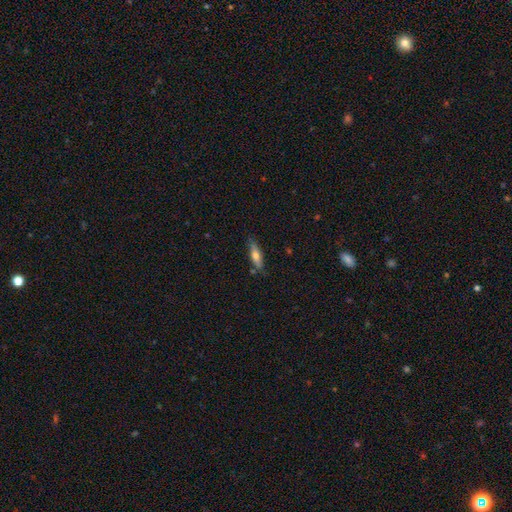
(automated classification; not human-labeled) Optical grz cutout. It shows a smooth galaxy with no disk features (63%) that is cigar-shaped (55%). Merging: none (77%).